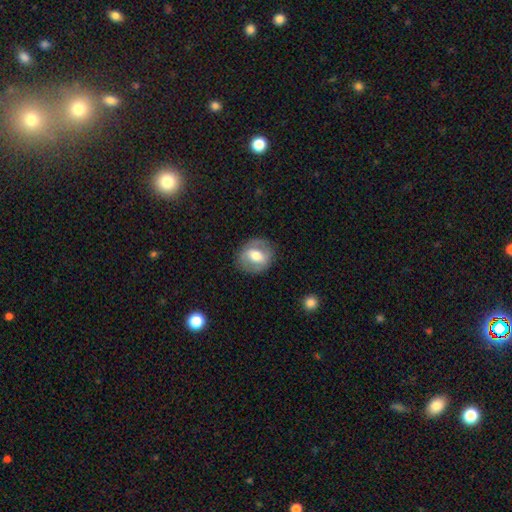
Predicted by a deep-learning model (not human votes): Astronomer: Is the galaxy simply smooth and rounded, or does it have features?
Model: smooth — 47% (runner-up: featured or disk, 46%).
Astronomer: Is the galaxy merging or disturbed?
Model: none — 84%.